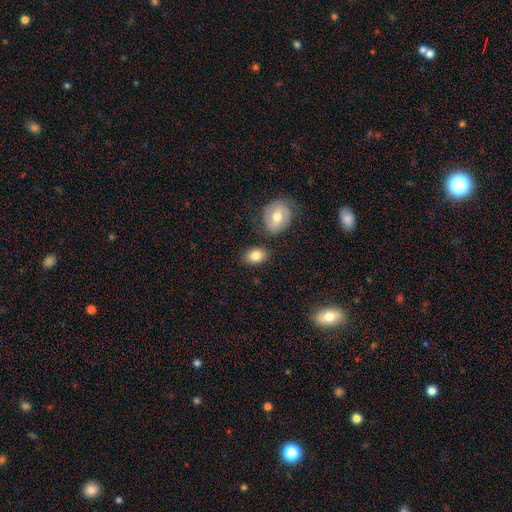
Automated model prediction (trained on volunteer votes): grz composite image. It shows a smooth galaxy with no disk features (81%) that is in between round and cigar-shaped (75%). Merging: none (77%).